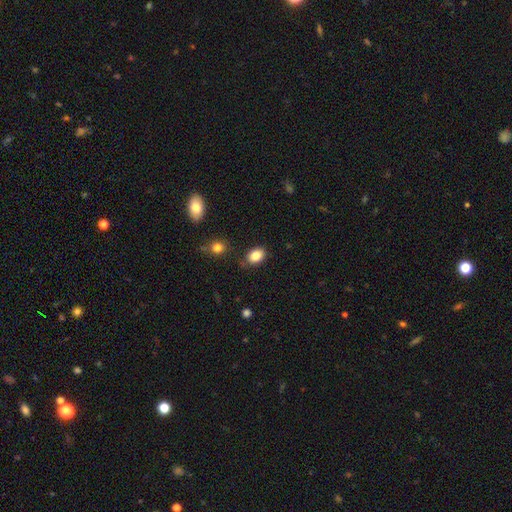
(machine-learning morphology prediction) Smooth or featured?
  - smooth: 85% *
  - star or artifact: 9%
  - featured or disk: 6%
How rounded?
  - in between: 73% *
  - round: 26%
  - cigar-shaped: 1%
Merging?
  - none: 80% *
  - minor disturbance: 14%
  - merger: 3%
  - major disturbance: 3%